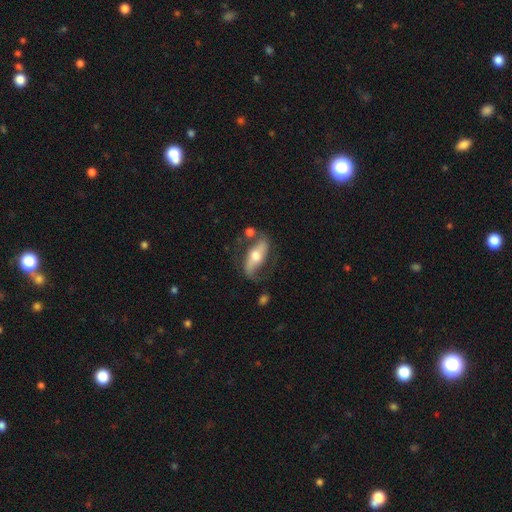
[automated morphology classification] Q: Smooth or featured?
A: featured or disk (70%); runner-up: smooth (24%)
Q: Edge-on disk?
A: no (81%); runner-up: yes (19%)
Q: Bar?
A: strong (43%); runner-up: no (31%)
Q: Spiral arms?
A: yes (82%); runner-up: no (18%)
Q: Bulge size?
A: moderate (65%); runner-up: large (18%)
Q: Merging?
A: none (62%); runner-up: minor disturbance (19%)